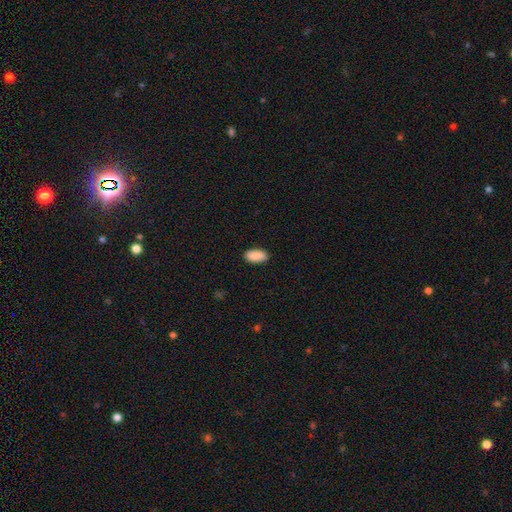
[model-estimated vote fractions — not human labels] A smooth galaxy with no disk features (90%) that is in between round and cigar-shaped (94%).

Vote fractions:
- Smooth or featured? smooth: 90% / star or artifact: 6% / featured or disk: 4%
- How rounded? in between: 94% / round: 3% / cigar-shaped: 3%
- Merging? none: 89% / minor disturbance: 9% / major disturbance: 2% / merger: 1%